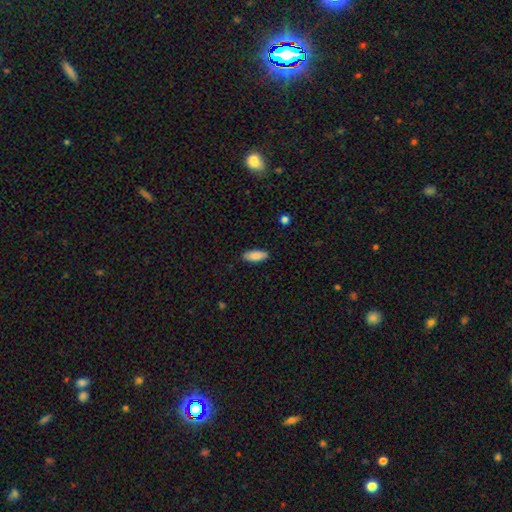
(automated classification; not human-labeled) This is clearly a smooth galaxy (87%). How rounded: likely in between (78%). Merging: clearly none (87%).